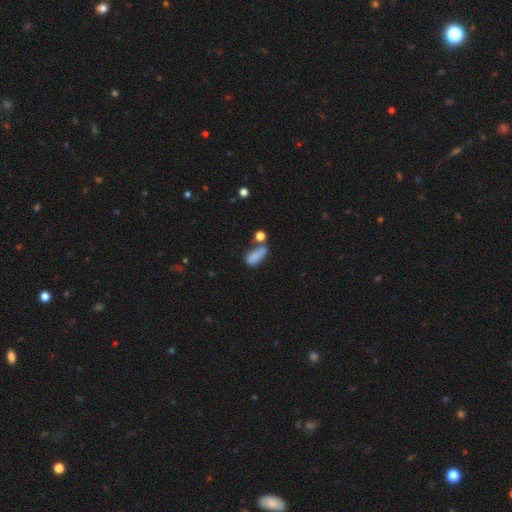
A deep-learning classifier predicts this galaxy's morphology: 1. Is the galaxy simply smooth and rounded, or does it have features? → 79% smooth, 11% featured or disk, 10% star or artifact.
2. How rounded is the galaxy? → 67% in between, 27% cigar-shaped, 6% round.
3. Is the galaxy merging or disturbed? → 39% none, 28% merger, 21% minor disturbance, 12% major disturbance.